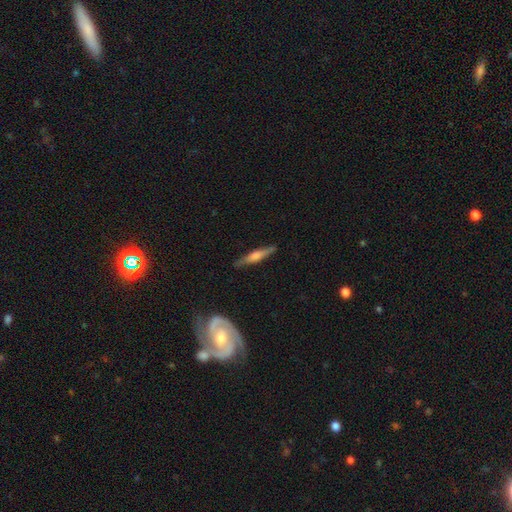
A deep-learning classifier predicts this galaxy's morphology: featured or disk 58%, smooth 37%, star or artifact 6%. Down the decision tree: edge-on disk — yes (95%); edge-on bulge — rounded (72%); merging — none (87%).